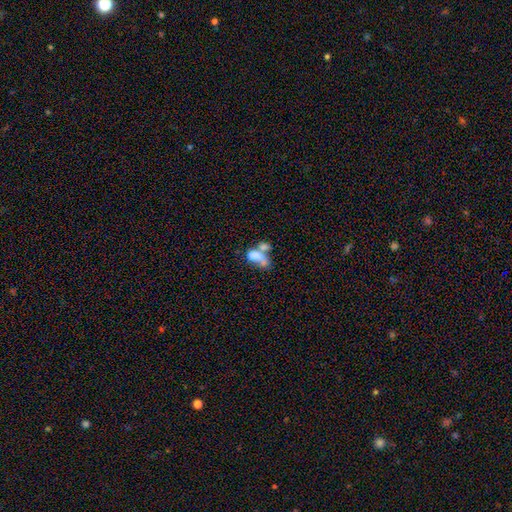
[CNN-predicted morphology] Q: Smooth or featured?
A: smooth (63%); runner-up: featured or disk (26%)
Q: How rounded?
A: in between (84%); runner-up: round (11%)
Q: Merging?
A: merger (63%); runner-up: major disturbance (14%)